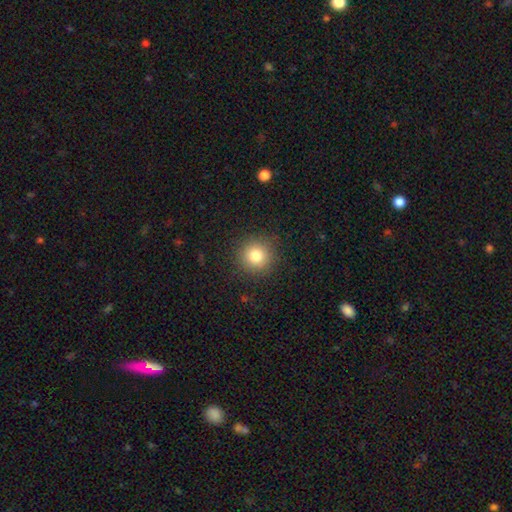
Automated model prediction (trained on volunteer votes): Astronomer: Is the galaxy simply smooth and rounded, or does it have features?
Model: smooth — 81%.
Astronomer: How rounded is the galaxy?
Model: round — 94%.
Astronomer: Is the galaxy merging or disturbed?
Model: none — 90%.